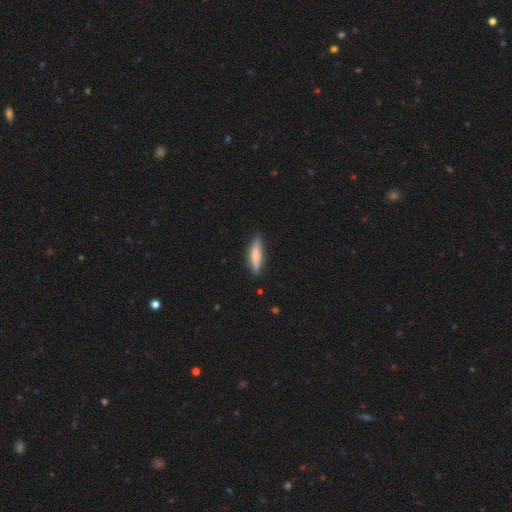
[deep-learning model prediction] The model was most divided on "smooth or featured": smooth: 70%, featured or disk: 24%, star or artifact: 6%. More confident: merging — none (87%); how rounded — cigar-shaped (75%).